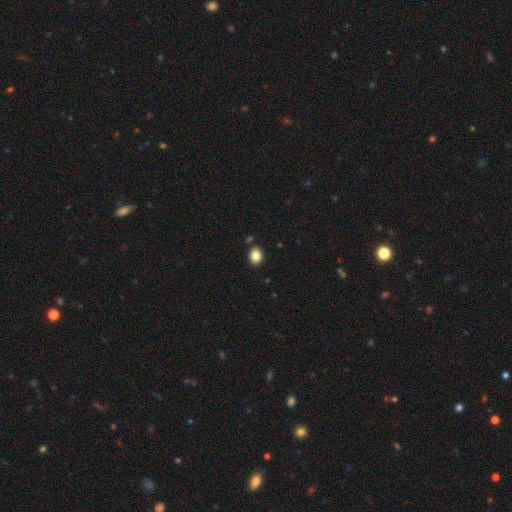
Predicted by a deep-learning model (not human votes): Q: Smooth or featured?
A: smooth (85%); runner-up: star or artifact (9%)
Q: How rounded?
A: in between (60%); runner-up: round (39%)
Q: Merging?
A: none (87%); runner-up: minor disturbance (8%)